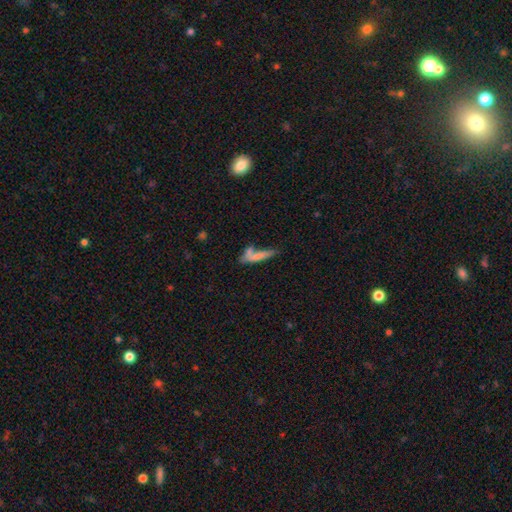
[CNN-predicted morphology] smooth 69%, featured or disk 22%, star or artifact 9%. Down the decision tree: how rounded — cigar-shaped (76%); merging — merger (40%).